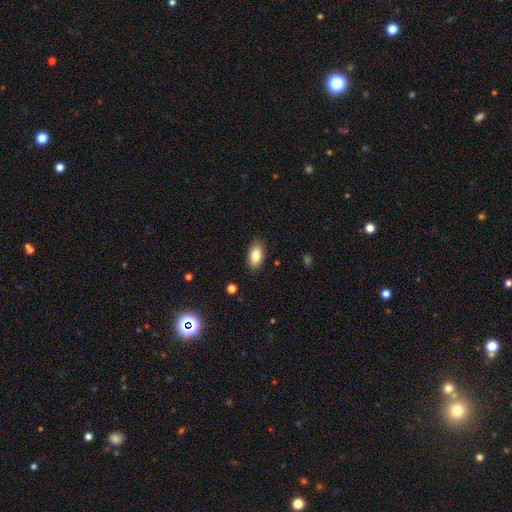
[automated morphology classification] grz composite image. It shows a smooth galaxy with no disk features (84%) that is in between round and cigar-shaped (93%). Merging: none (86%).